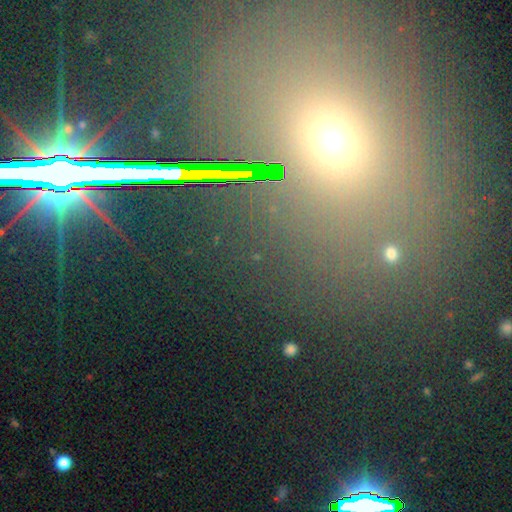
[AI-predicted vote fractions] smooth-or-featured: star or artifact: 53% | smooth: 34% | featured or disk: 12%